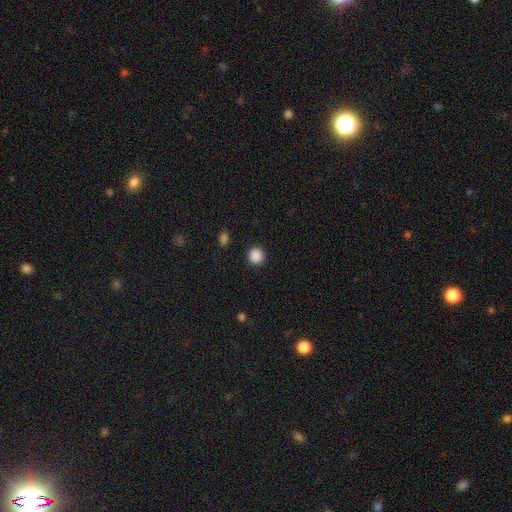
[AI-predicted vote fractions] A smooth galaxy with no disk features (88%) that is round (90%).

Vote fractions:
- Smooth or featured? smooth: 88% / star or artifact: 10% / featured or disk: 2%
- How rounded? round: 90% / in between: 9% / cigar-shaped: 1%
- Merging? none: 91% / minor disturbance: 6% / major disturbance: 2% / merger: 1%